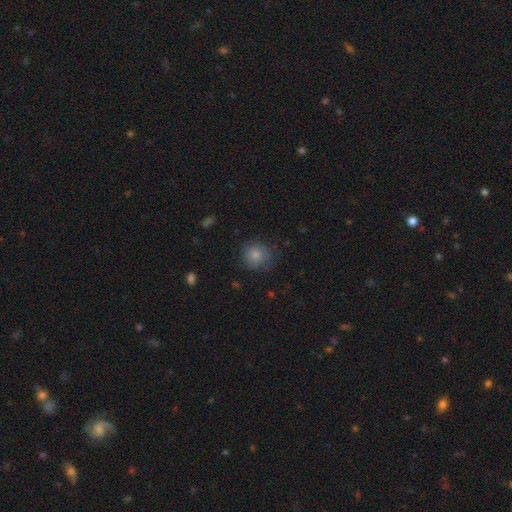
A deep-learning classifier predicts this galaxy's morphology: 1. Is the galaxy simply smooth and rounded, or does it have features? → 83% smooth, 9% star or artifact, 8% featured or disk.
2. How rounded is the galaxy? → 89% round, 10% in between, 1% cigar-shaped.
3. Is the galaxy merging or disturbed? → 75% none, 18% minor disturbance, 6% major disturbance, 1% merger.